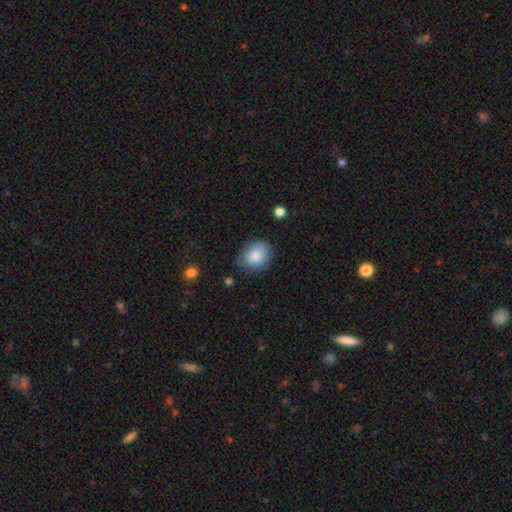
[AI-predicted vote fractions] Smooth or featured? smooth (85%)
How rounded? in between (66%)
Merging? none (75%)